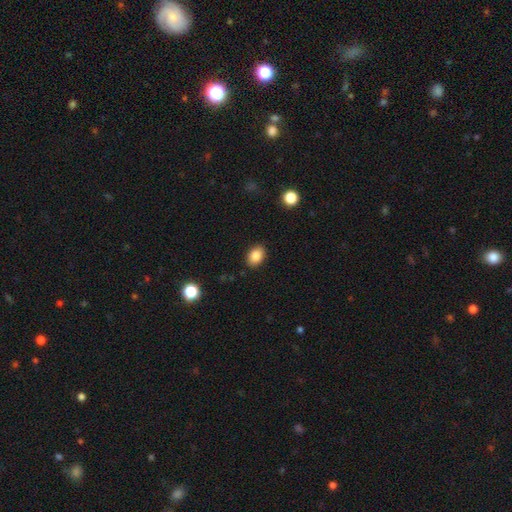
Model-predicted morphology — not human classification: smooth 85%, star or artifact 9%, featured or disk 5%. Down the decision tree: how rounded — in between (73%); merging — none (89%).